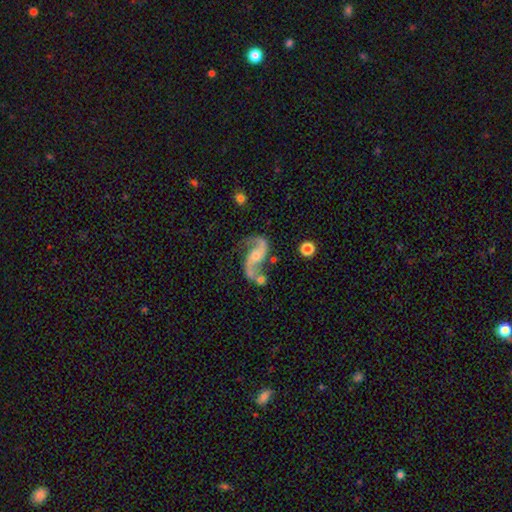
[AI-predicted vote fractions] This appears to be a featured or disk galaxy (89%) with no bar (52%), 2 (93%) loose (74%) spiral arms (97%) and a small central bulge (46%). Merging: none (59%).